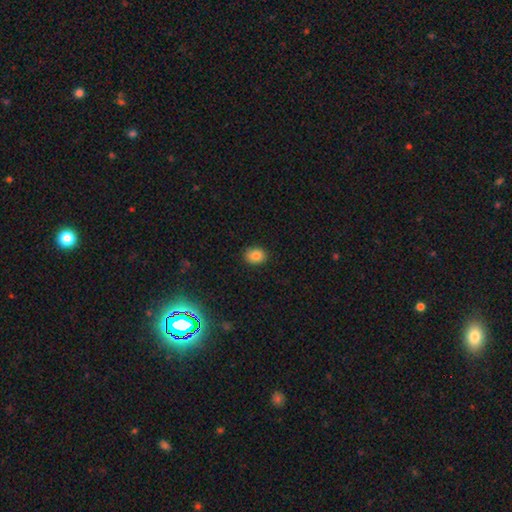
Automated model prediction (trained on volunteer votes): smooth-or-featured: smooth: 84% | star or artifact: 10% | featured or disk: 6%
  how-rounded: in between: 50% | round: 49% | cigar-shaped: 1%
  merging: none: 90% | minor disturbance: 7% | major disturbance: 2% | merger: 1%